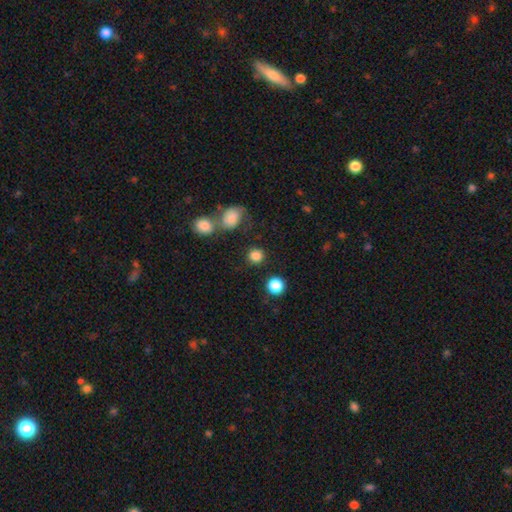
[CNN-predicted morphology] type=smooth (84%); roundness=round (90%); merging=none (82%).